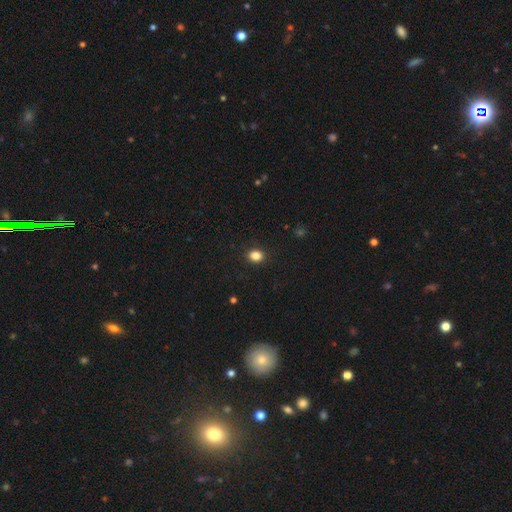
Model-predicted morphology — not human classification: smooth-or-featured: smooth: 84% | star or artifact: 11% | featured or disk: 4%
  how-rounded: in between: 52% | round: 47% | cigar-shaped: 1%
  merging: none: 89% | minor disturbance: 8% | major disturbance: 2% | merger: 1%